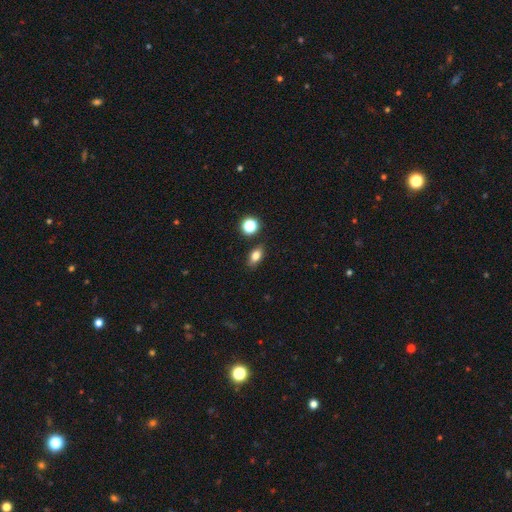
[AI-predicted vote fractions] smooth-or-featured: smooth: 79% | star or artifact: 12% | featured or disk: 10%
  how-rounded: in between: 78% | round: 16% | cigar-shaped: 6%
  merging: none: 84% | minor disturbance: 10% | merger: 4% | major disturbance: 2%